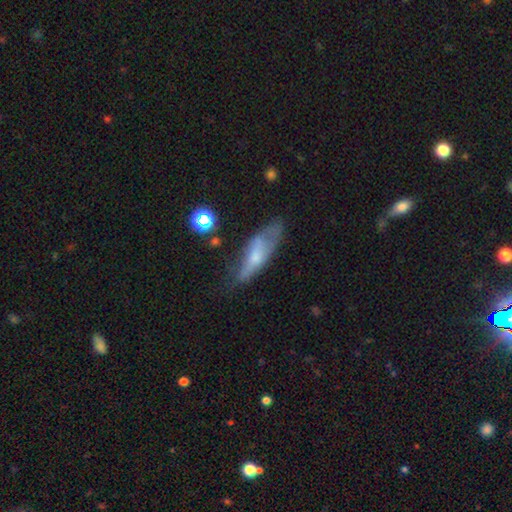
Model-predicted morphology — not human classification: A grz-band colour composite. It shows a smooth galaxy with no disk features (49%). Merging: none (48%).